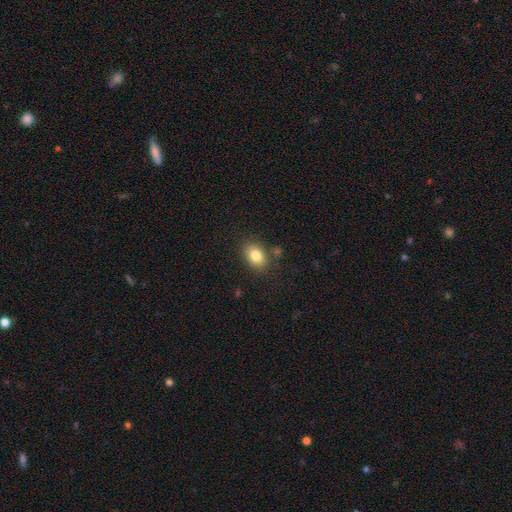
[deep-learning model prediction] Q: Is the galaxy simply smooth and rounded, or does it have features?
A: smooth — 82%.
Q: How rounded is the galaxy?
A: in between — 74%.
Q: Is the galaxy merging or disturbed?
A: none — 81%.